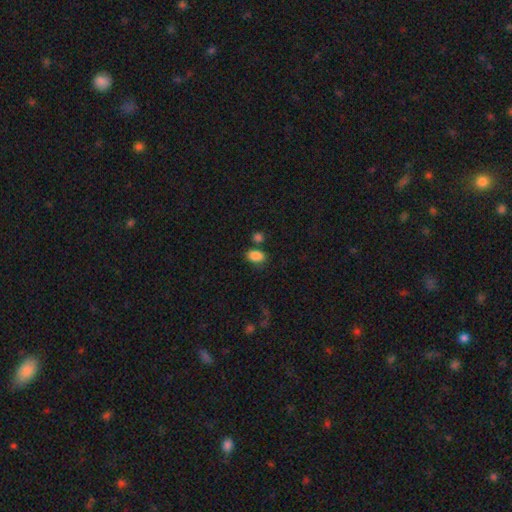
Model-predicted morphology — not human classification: Smooth or featured? Predicted: smooth (p=0.86). How rounded? Predicted: in between (p=0.84). Merging? Predicted: none (p=0.66).